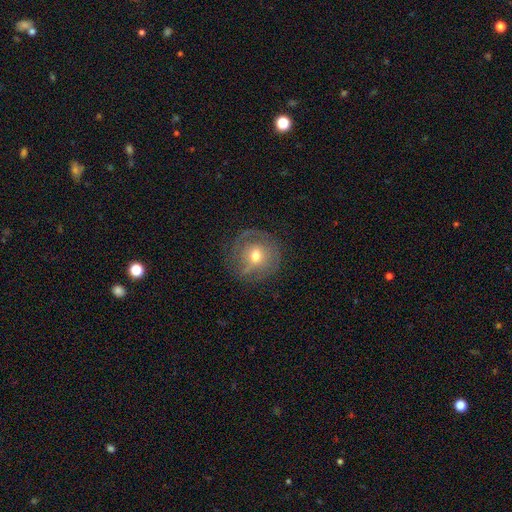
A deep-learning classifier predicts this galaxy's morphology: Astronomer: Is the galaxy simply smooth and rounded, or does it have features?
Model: featured or disk — 48% (runner-up: smooth, 42%).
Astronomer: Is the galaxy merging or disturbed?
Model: none — 70%.